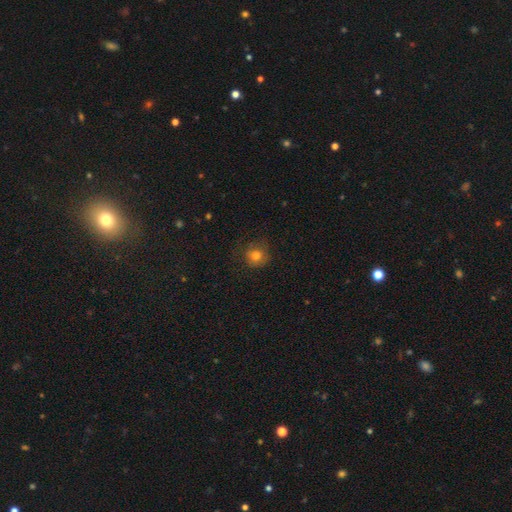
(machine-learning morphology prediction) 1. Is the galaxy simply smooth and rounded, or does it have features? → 77% smooth, 12% star or artifact, 11% featured or disk.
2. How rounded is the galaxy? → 88% round, 11% in between, 1% cigar-shaped.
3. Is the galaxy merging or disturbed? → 74% none, 17% minor disturbance, 8% major disturbance, 1% merger.